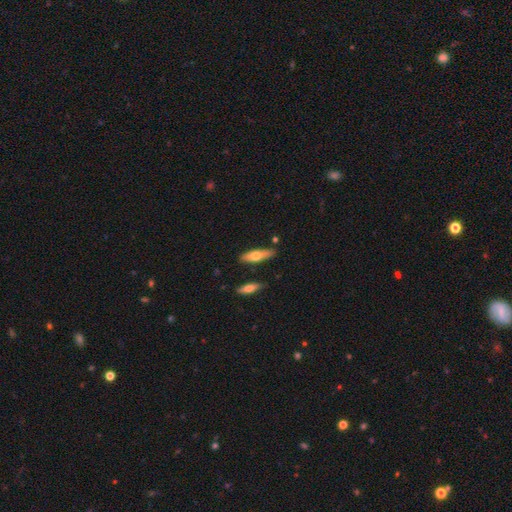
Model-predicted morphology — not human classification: Smooth or featured?
  - smooth: 61% *
  - featured or disk: 33%
  - star or artifact: 6%
How rounded?
  - cigar-shaped: 53% *
  - in between: 45%
  - round: 2%
Merging?
  - none: 79% *
  - minor disturbance: 14%
  - merger: 4%
  - major disturbance: 3%